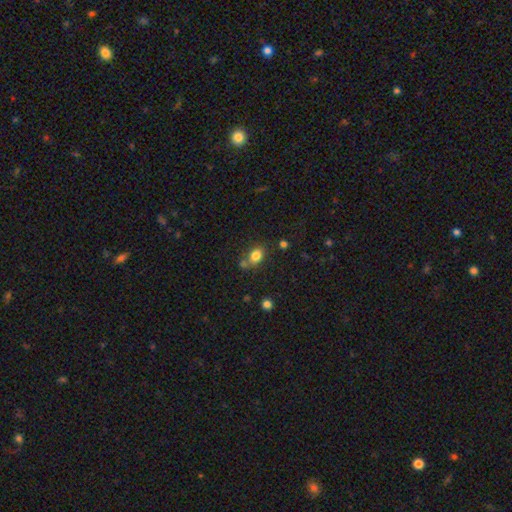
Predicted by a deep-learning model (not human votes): smooth-or-featured: smooth: 81% | star or artifact: 11% | featured or disk: 8%
  how-rounded: in between: 69% | round: 30% | cigar-shaped: 1%
  merging: none: 63% | merger: 18% | minor disturbance: 14% | major disturbance: 4%